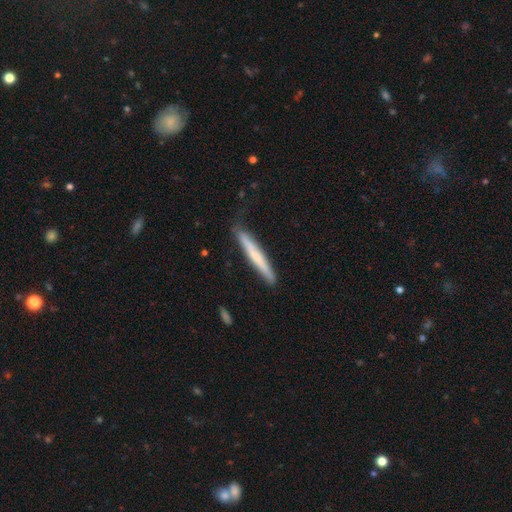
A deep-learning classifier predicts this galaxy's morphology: Smooth or featured: smooth — 58% (featured or disk — 37%)
How rounded: cigar-shaped — 96% (in between — 3%)
Merging: none — 77% (minor disturbance — 18%)